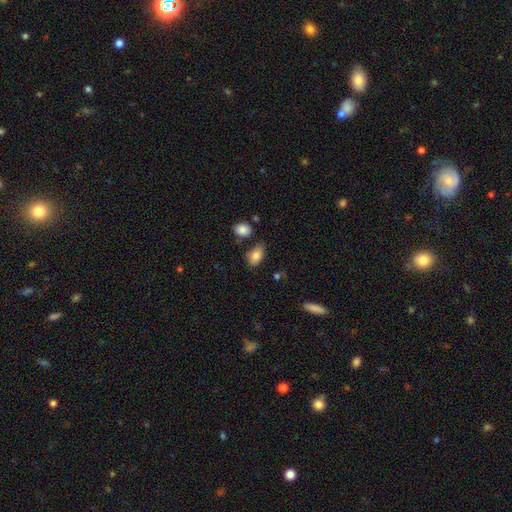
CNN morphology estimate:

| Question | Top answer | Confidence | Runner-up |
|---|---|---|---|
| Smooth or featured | smooth | 82% | featured or disk (10%) |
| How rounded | in between | 89% | round (9%) |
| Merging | none | 67% | minor disturbance (21%) |